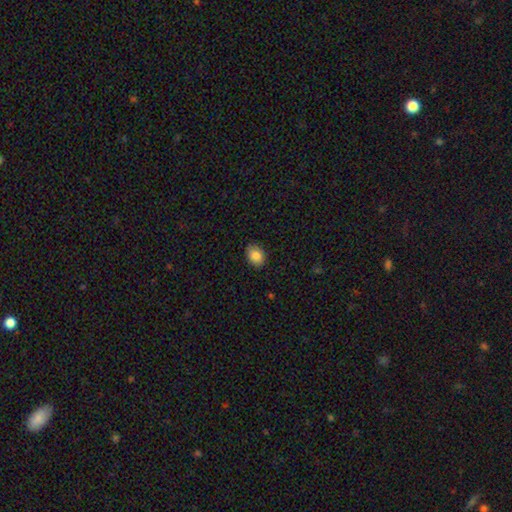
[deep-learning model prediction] Overall: smooth (86%). How rounded: in between (65%; round 34%). Merging: none (86%).